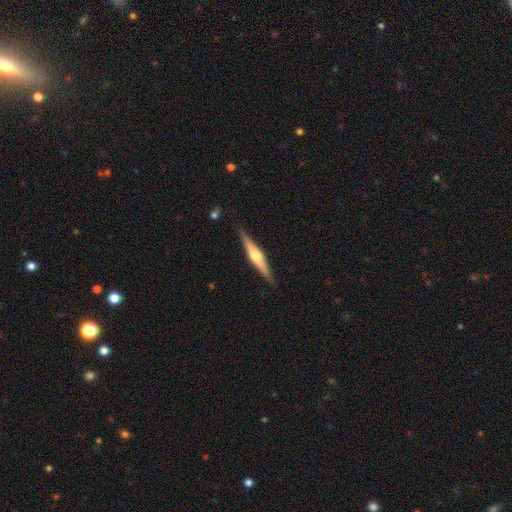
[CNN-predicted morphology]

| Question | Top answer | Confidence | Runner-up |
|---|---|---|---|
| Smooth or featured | featured or disk | 72% | smooth (23%) |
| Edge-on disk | yes | 98% | no (2%) |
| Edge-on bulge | rounded | 90% | boxy (7%) |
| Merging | none | 90% | minor disturbance (7%) |